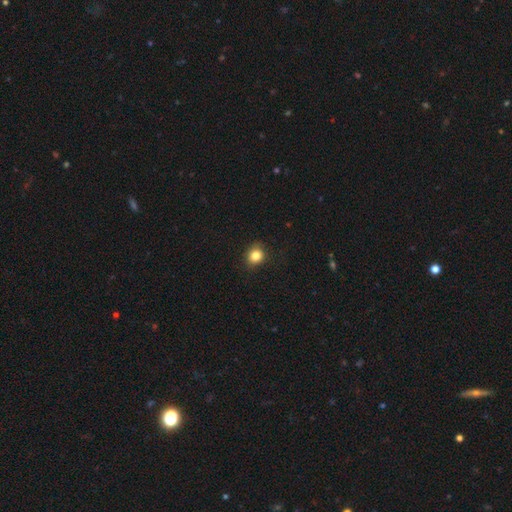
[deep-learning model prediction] A smooth galaxy with no disk features (83%) that is round (71%). Merging: none (85%).